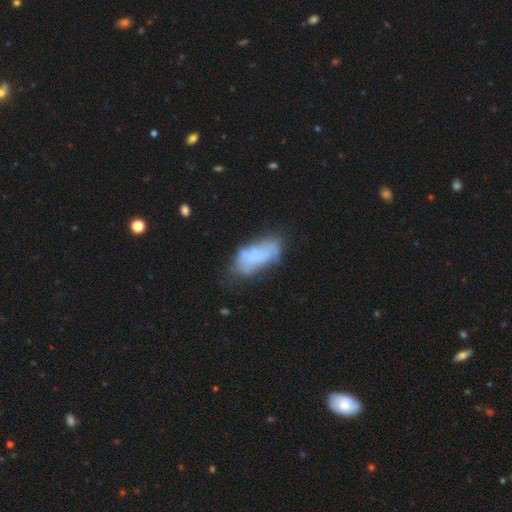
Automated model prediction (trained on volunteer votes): Overall: smooth (51%; featured or disk 40%). How rounded: in between (88%). Merging: none (41%; minor disturbance 30%).